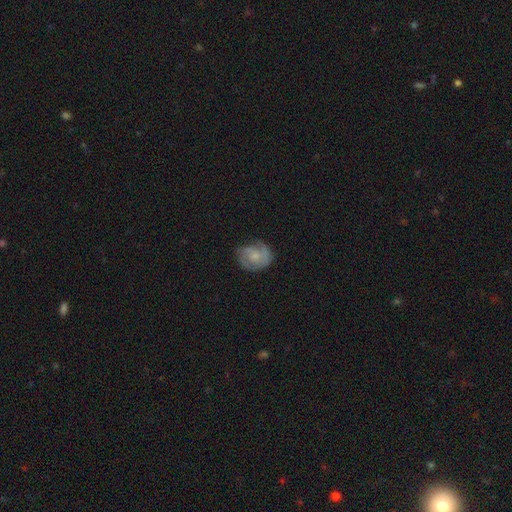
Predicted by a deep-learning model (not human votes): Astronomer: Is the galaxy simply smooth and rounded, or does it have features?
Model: featured or disk — 61%.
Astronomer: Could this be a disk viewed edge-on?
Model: no — 98%.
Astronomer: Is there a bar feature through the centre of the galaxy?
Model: no — 74%.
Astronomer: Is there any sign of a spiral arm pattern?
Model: yes — 84%.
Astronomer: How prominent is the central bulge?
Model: small — 43% (runner-up: moderate, 33%).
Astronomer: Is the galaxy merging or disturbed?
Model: none — 66%.